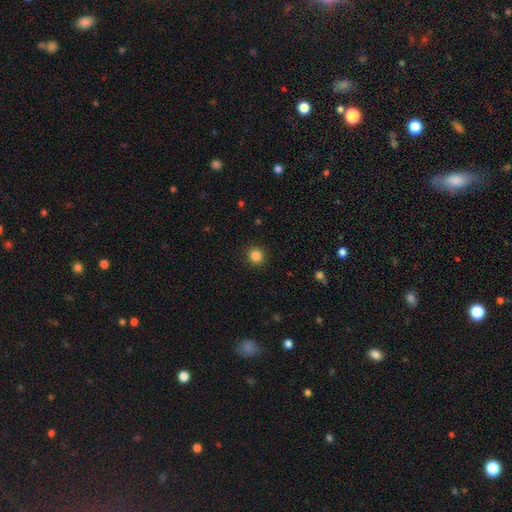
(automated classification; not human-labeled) Overall: smooth (85%). How rounded: round (91%). Merging: none (91%).